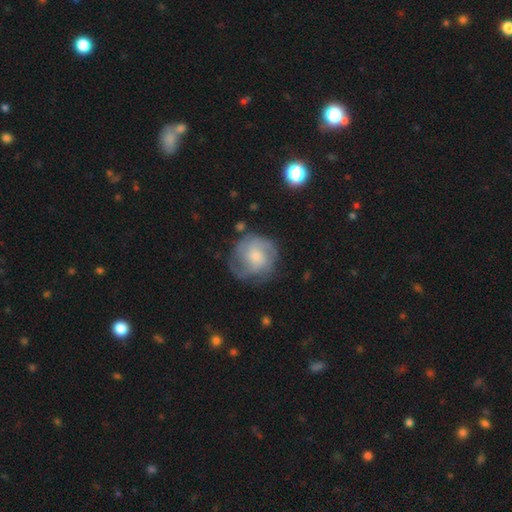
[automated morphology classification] Overall: featured or disk (67%). Edge-on disk: no (98%). Bar: no (69%). Spiral arms: yes (89%). Spiral arm count: can't tell (29%, tied with 3). Spiral winding: tight (42%; medium 41%). Bulge size: small (47%; moderate 37%). Merging: none (66%).